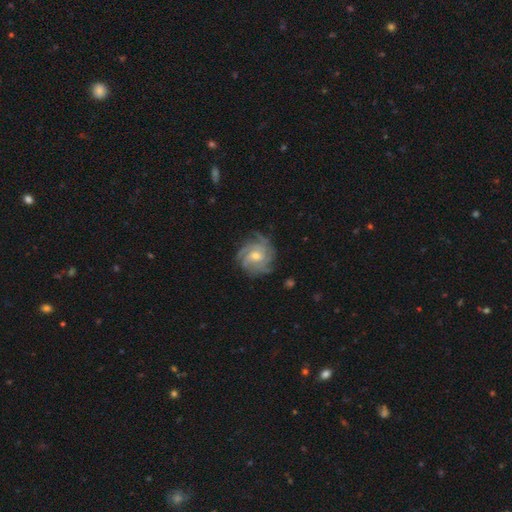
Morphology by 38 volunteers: Smooth or featured? featured or disk (87%)
Edge-on disk? no (100%)
Bar? no (73%)
Spiral arms? yes (100%)
Spiral winding? tight (73%)
Spiral arm count? 3 (33%)
Bulge size? small (67%)
Merging? none (68%)